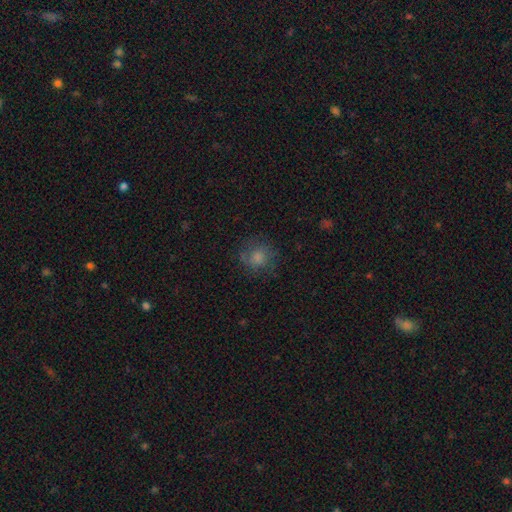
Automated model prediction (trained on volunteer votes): Overall: smooth (68%). How rounded: round (83%). Merging: none (73%).